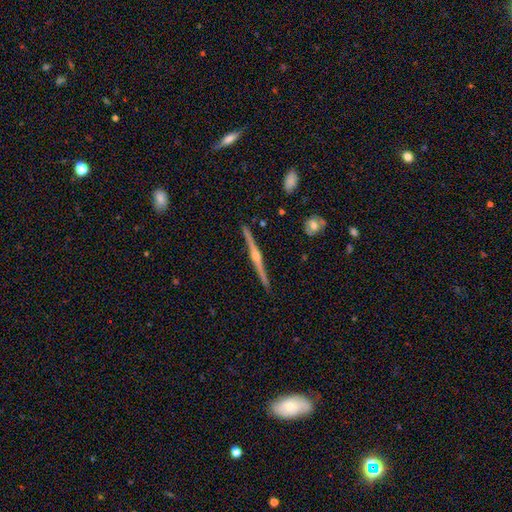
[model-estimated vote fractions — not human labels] Smooth or featured? Predicted: featured or disk (p=0.87). Edge-on disk? Predicted: yes (p=0.99). Edge-on bulge? Predicted: rounded (p=0.92). Merging? Predicted: none (p=0.93).